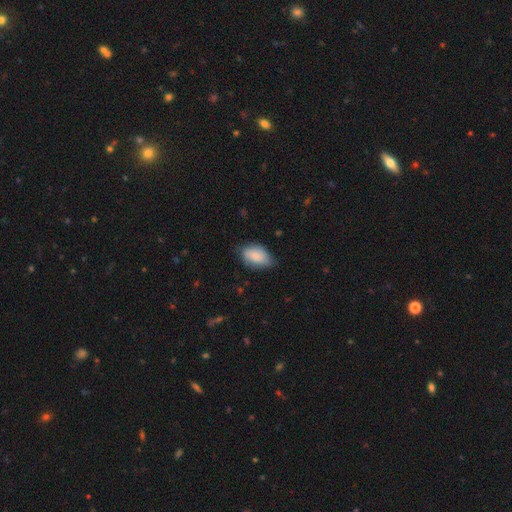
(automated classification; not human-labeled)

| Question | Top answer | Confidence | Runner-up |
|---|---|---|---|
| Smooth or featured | smooth | 83% | featured or disk (11%) |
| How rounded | in between | 91% | round (7%) |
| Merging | none | 61% | minor disturbance (32%) |